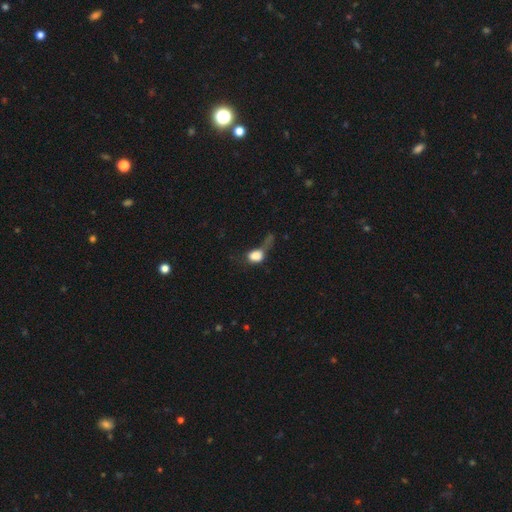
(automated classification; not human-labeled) This appears to be a smooth galaxy with no disk features (77%) that is in between round and cigar-shaped (50%). Merging: major disturbance (47%).